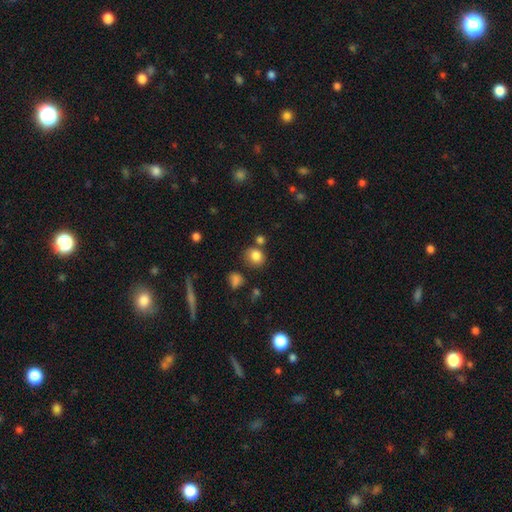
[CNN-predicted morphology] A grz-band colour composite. It shows a smooth galaxy with no disk features (82%) that is round (74%). Merging: none (70%).